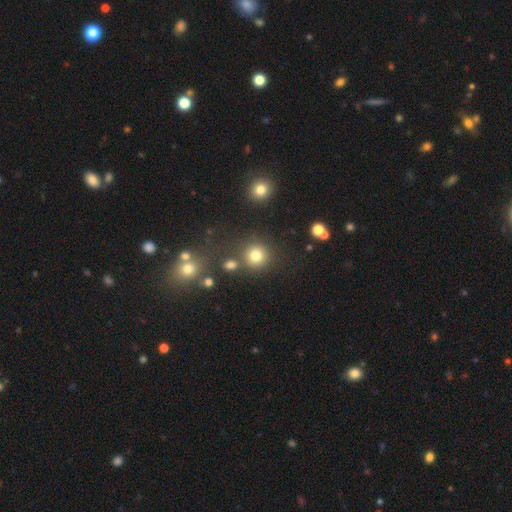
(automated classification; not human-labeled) Smooth or featured: smooth — 78% (star or artifact — 15%)
How rounded: round — 92% (in between — 7%)
Merging: none — 79% (merger — 9%)